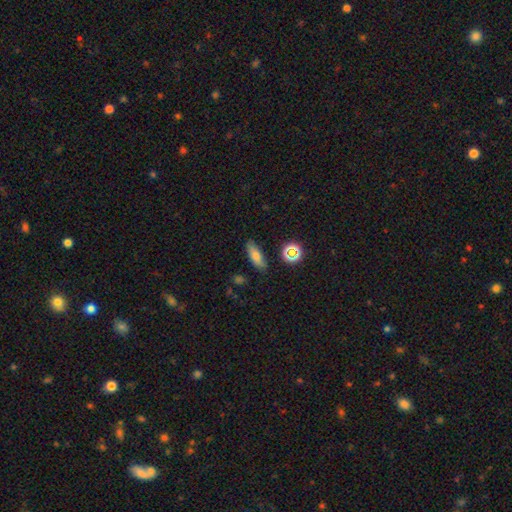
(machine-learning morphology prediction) This is likely a smooth galaxy (73%). How rounded: likely in between (62%). Merging: clearly none (84%).